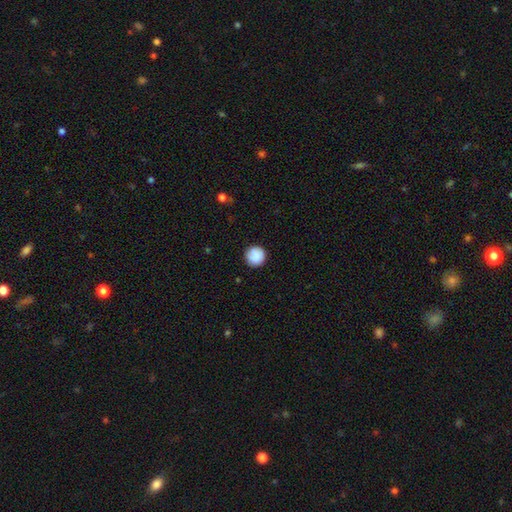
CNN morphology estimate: The model was most divided on "merging": none: 89%, minor disturbance: 8%, major disturbance: 2%, merger: 1%. More confident: how rounded — round (95%); smooth or featured — smooth (88%).